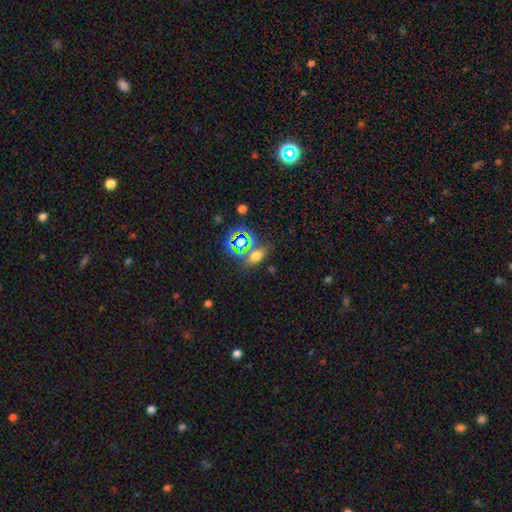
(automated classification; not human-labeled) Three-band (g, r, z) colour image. It shows a smooth galaxy with no disk features (56%) that is in between round and cigar-shaped (68%). Merging: none (69%).